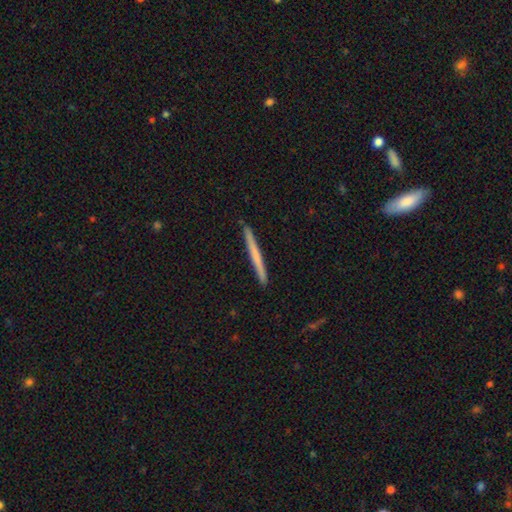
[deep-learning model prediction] smooth_or_featured: smooth (p=0.54) [alt: featured or disk p=0.40]
how_rounded: cigar-shaped (p=0.97) [alt: in between p=0.01]
merging: none (p=0.93) [alt: minor disturbance p=0.05]